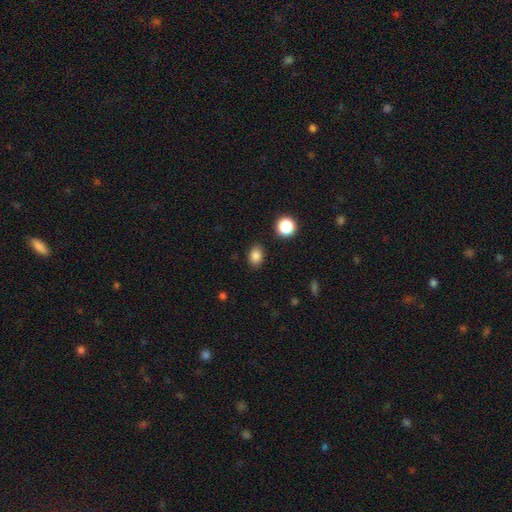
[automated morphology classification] smooth_or_featured: smooth (p=0.85) [alt: star or artifact p=0.11]
how_rounded: in between (p=0.64) [alt: round p=0.35]
merging: none (p=0.86) [alt: minor disturbance p=0.09]